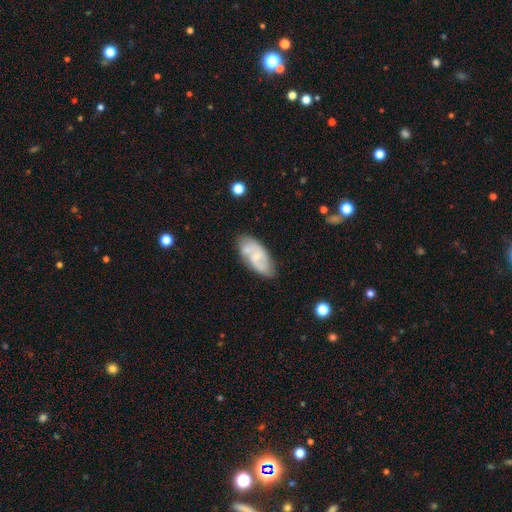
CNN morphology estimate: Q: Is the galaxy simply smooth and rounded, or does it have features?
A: featured or disk — 60%.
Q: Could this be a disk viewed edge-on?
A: no — 94%.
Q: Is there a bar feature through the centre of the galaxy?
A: no — 47%.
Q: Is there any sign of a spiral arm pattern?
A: yes — 86%.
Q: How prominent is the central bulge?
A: small — 59%.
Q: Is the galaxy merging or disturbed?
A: none — 70%.